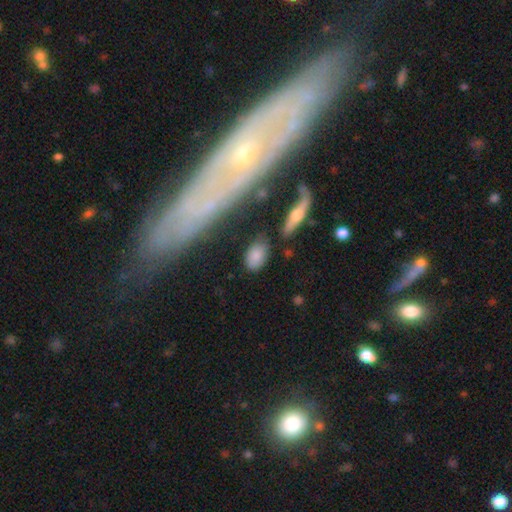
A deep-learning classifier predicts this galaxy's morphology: Overall: smooth (81%). How rounded: in between (88%). Merging: none (74%).